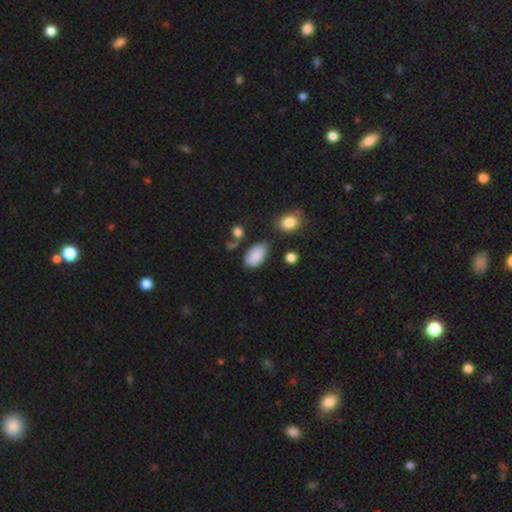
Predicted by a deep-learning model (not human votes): This appears to be a smooth galaxy with no disk features (87%) that is in between round and cigar-shaped (94%). Merging: none (70%).